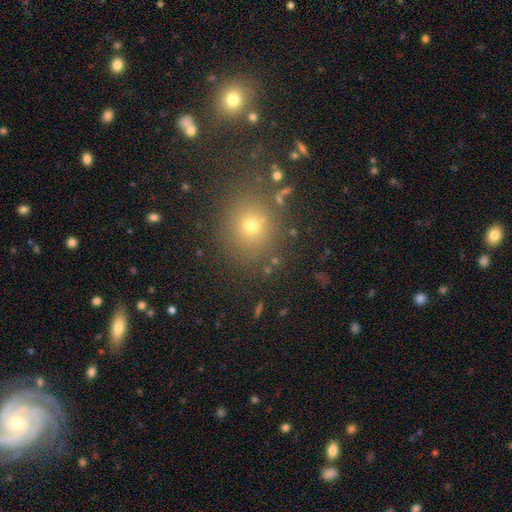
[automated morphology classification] A smooth galaxy with no disk features (57%) that is round (81%).

Vote fractions:
- Smooth or featured? smooth: 57% / star or artifact: 33% / featured or disk: 10%
- How rounded? round: 81% / in between: 18% / cigar-shaped: 1%
- Merging? none: 84% / minor disturbance: 9% / merger: 4% / major disturbance: 4%